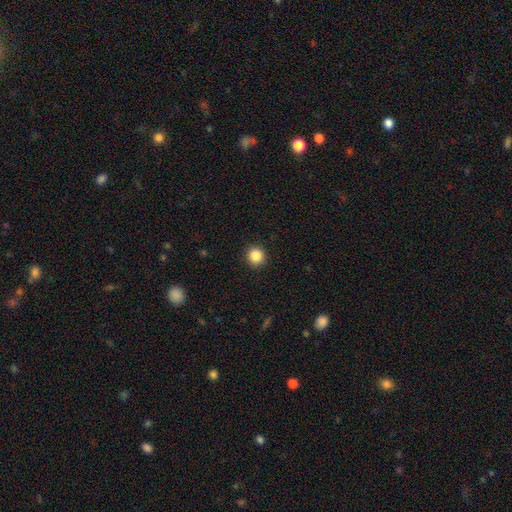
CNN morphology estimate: A smooth galaxy with no disk features (86%) that is round (93%). Merging: none (92%).